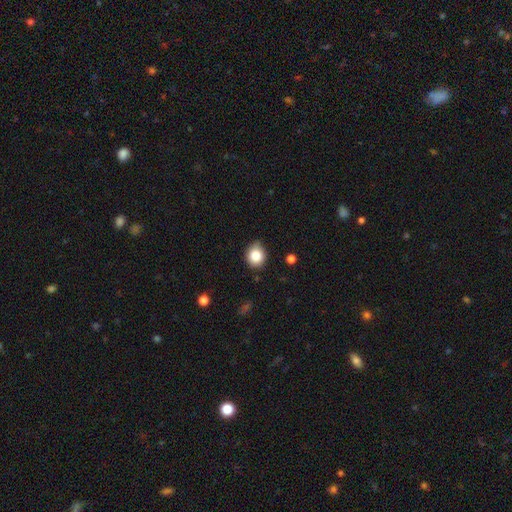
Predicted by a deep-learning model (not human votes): Smooth or featured? smooth (84%)
How rounded? round (72%)
Merging? none (73%)